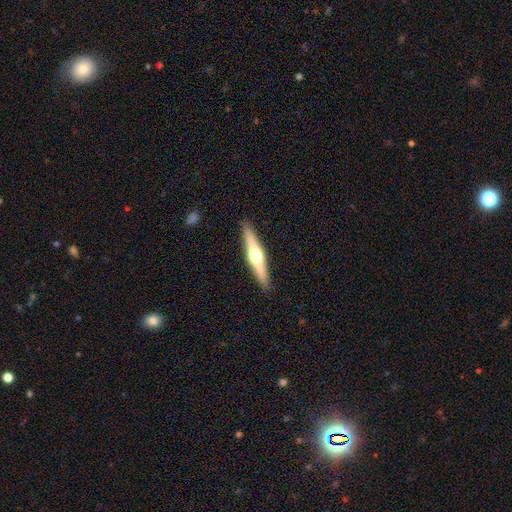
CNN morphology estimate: A featured or disk galaxy (67%) viewed edge-on (97%) with a rounded central bulge (94%). Merging: none (91%).